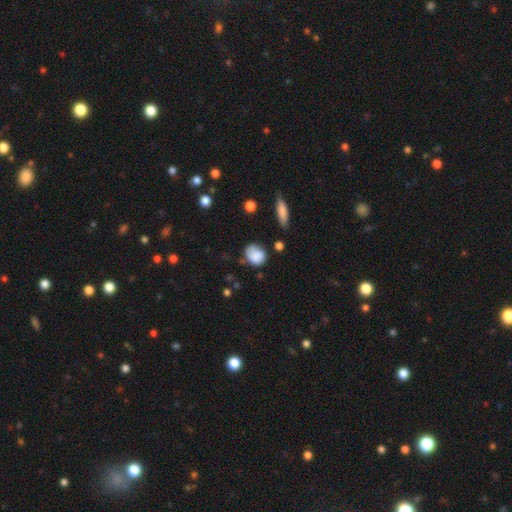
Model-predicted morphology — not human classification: A smooth galaxy with no disk features (81%) that is round (59%).

Vote fractions:
- Smooth or featured? smooth: 81% / featured or disk: 10% / star or artifact: 8%
- How rounded? round: 59% / in between: 40% / cigar-shaped: 2%
- Merging? none: 54% / minor disturbance: 31% / major disturbance: 9% / merger: 6%